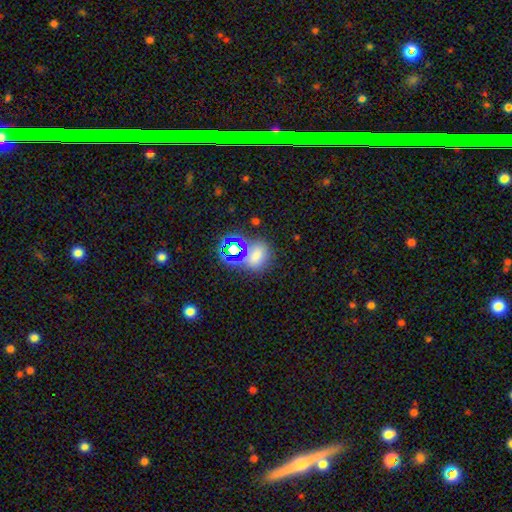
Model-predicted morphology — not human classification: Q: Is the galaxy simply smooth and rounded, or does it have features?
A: smooth — 59%.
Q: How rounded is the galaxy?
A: in between — 50%.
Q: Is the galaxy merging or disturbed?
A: none — 61%.